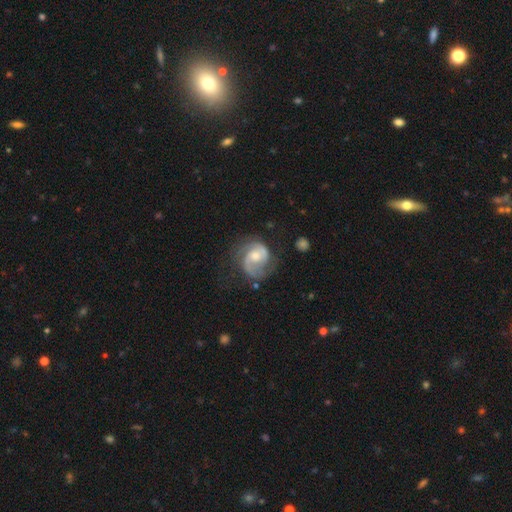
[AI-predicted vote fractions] Smooth or featured: featured or disk — 85% (smooth — 10%)
Edge-on disk: no — 98% (yes — 2%)
Bar: no — 59% (weak — 35%)
Spiral arms: yes — 96% (no — 4%)
Spiral winding: medium — 48% (tight — 36%)
Spiral arm count: 2 — 77% (1 — 10%)
Bulge size: moderate — 56% (small — 32%)
Merging: none — 64% (minor disturbance — 20%)